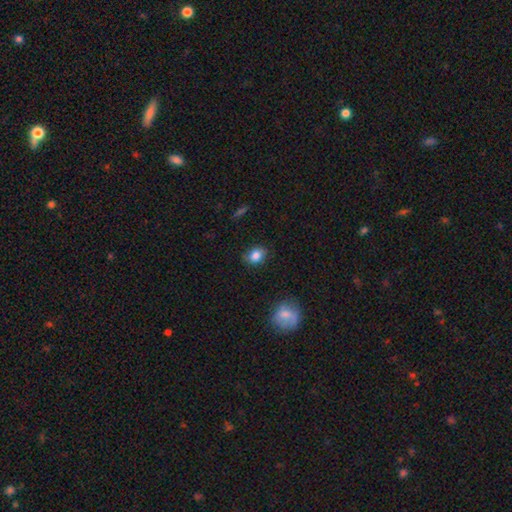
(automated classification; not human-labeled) smooth-or-featured: smooth: 84% | star or artifact: 10% | featured or disk: 7%
  how-rounded: in between: 58% | round: 40% | cigar-shaped: 1%
  merging: none: 79% | minor disturbance: 17% | major disturbance: 3% | merger: 2%